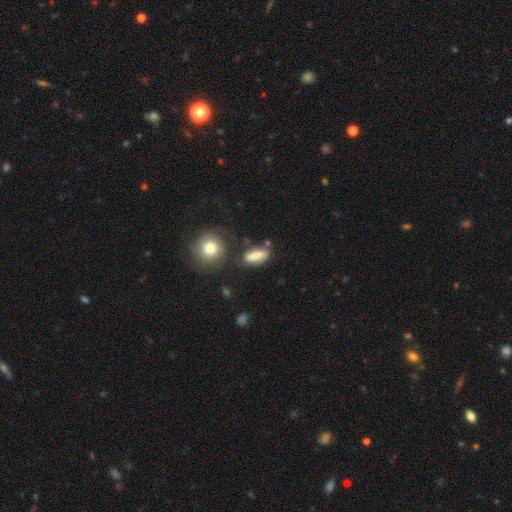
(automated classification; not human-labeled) Smooth or featured? smooth (77%)
How rounded? in between (56%)
Merging? none (65%)